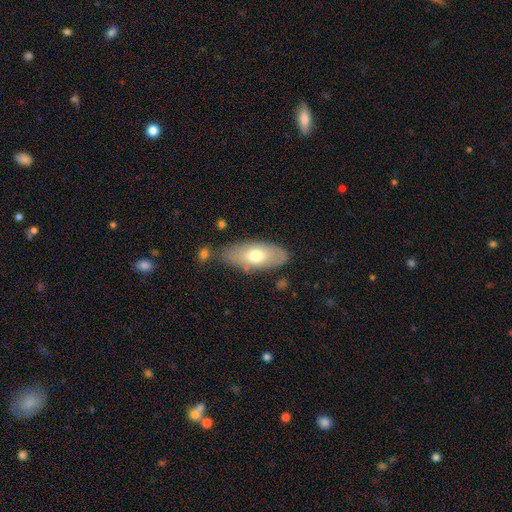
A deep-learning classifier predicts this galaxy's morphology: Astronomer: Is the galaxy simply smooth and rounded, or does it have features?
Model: smooth — 66%.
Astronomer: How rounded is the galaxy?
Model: in between — 87%.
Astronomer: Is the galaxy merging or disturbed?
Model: none — 73%.